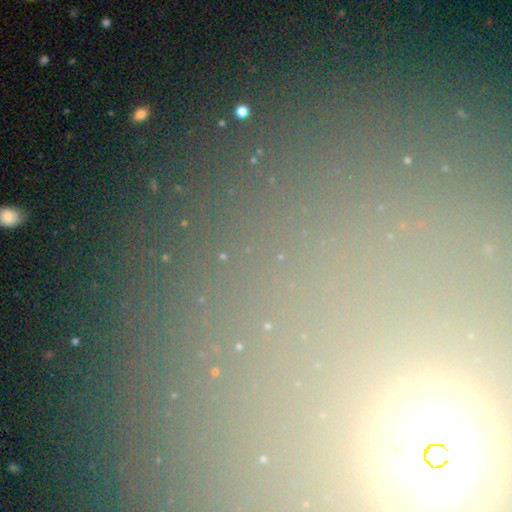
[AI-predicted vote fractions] smooth-or-featured: star or artifact: 70% | smooth: 18% | featured or disk: 12%